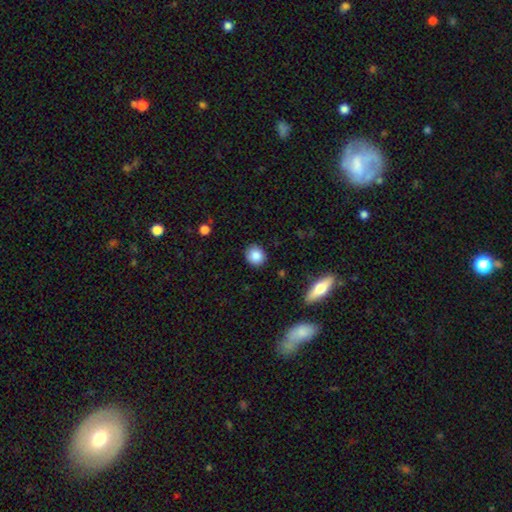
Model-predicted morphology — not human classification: smooth_or_featured: smooth (p=0.86) [alt: star or artifact p=0.09]
how_rounded: round (p=0.83) [alt: in between p=0.16]
merging: none (p=0.89) [alt: minor disturbance p=0.07]